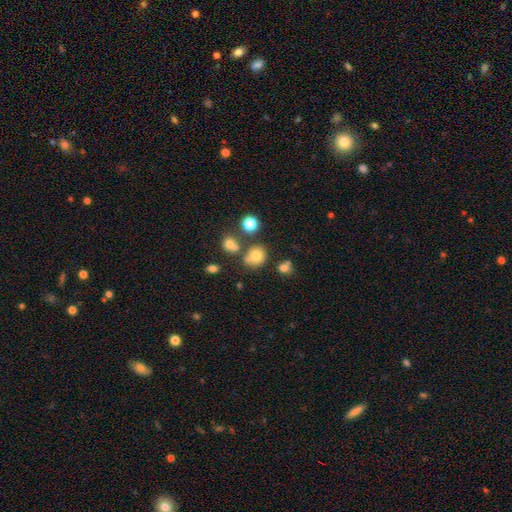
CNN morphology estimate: Q: Smooth or featured?
A: smooth (73%); runner-up: star or artifact (16%)
Q: How rounded?
A: round (75%); runner-up: in between (24%)
Q: Merging?
A: none (61%); runner-up: merger (19%)